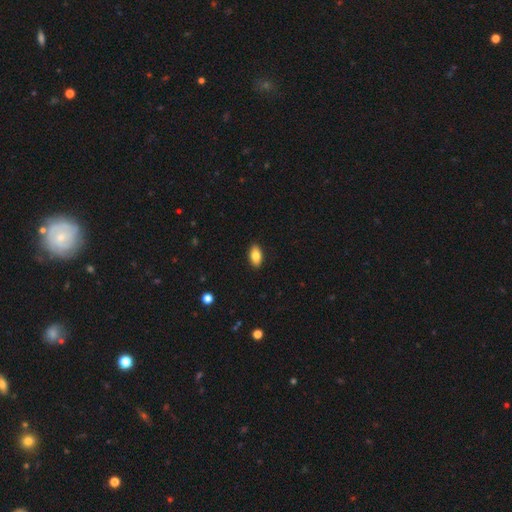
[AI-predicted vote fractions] The model was most divided on "smooth or featured": smooth: 81%, featured or disk: 12%, star or artifact: 7%. More confident: how rounded — in between (91%); merging — none (90%).